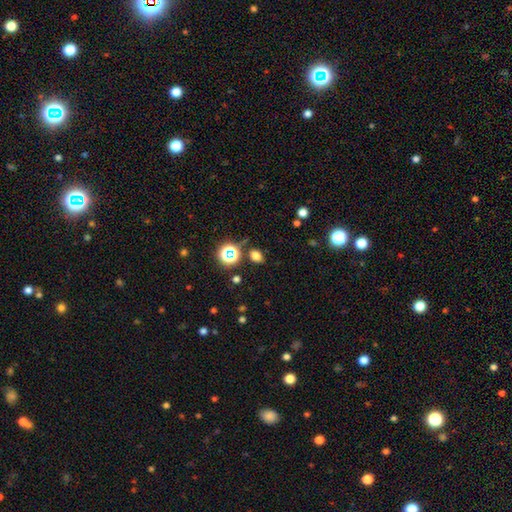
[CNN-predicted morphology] Smooth or featured? smooth (69%)
How rounded? in between (65%)
Merging? none (81%)